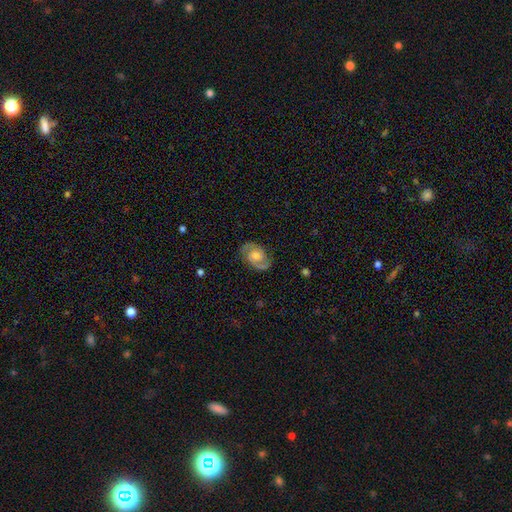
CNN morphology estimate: Smooth or featured?
  - featured or disk: 83% *
  - smooth: 11%
  - star or artifact: 6%
Edge-on disk?
  - no: 97% *
  - yes: 3%
Bar?
  - no: 64% *
  - weak: 31%
  - strong: 5%
Spiral arms?
  - yes: 95% *
  - no: 5%
Spiral winding?
  - medium: 50% *
  - tight: 38%
  - loose: 12%
Spiral arm count?
  - 2: 91% *
  - can't tell: 4%
  - 1: 2%
  - 3: 1%
  - 4: 1%
  - more than 4: 1%
Bulge size?
  - moderate: 56% *
  - small: 21%
  - large: 15%
  - none: 6%
  - dominant: 2%
Merging?
  - none: 82% *
  - minor disturbance: 13%
  - major disturbance: 4%
  - merger: 1%